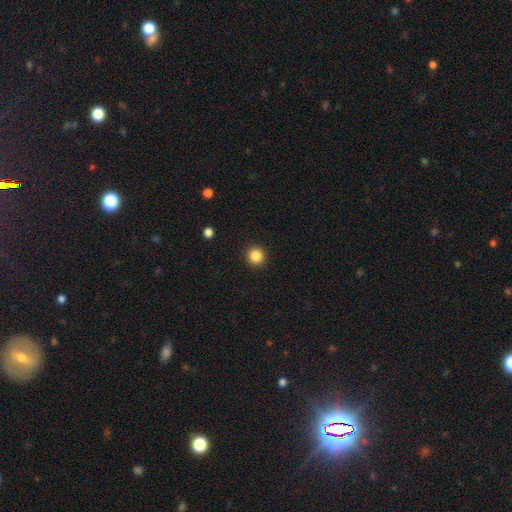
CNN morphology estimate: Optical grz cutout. It shows a smooth galaxy with no disk features (86%) that is round (93%). Merging: none (92%).